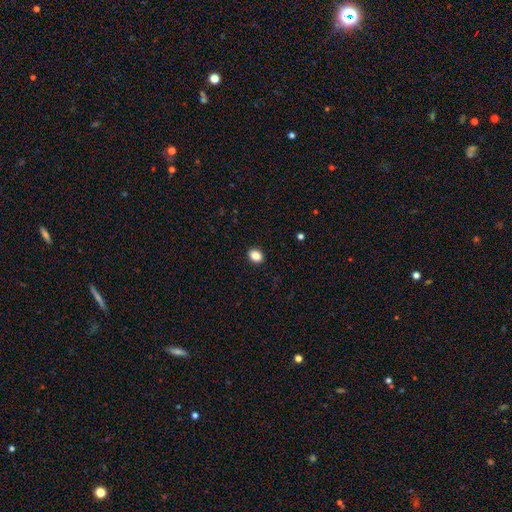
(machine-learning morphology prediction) Smooth or featured? Predicted: smooth (p=0.86). How rounded? Predicted: in between (p=0.62). Merging? Predicted: none (p=0.91).